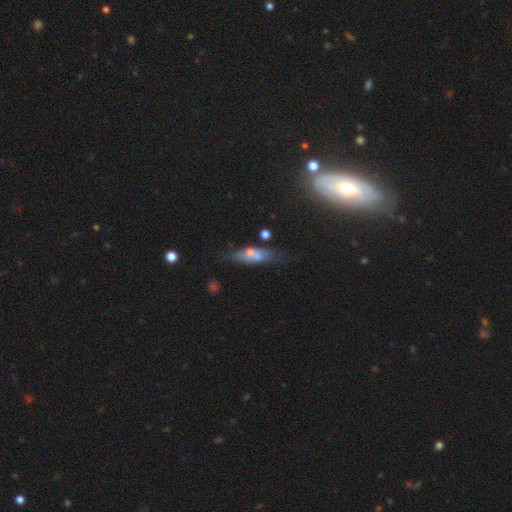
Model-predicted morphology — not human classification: Smooth or featured? smooth (51%)
How rounded? in between (50%)
Merging? none (57%)